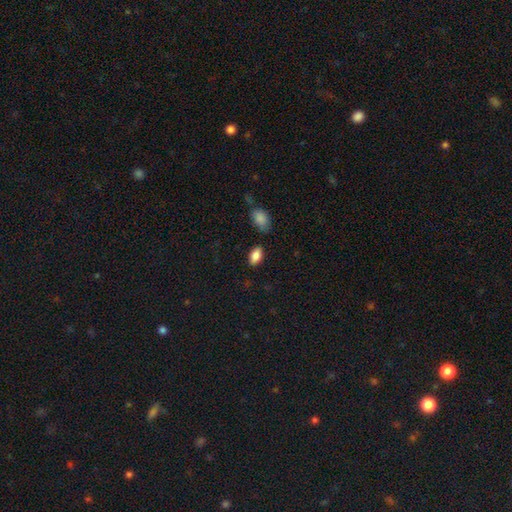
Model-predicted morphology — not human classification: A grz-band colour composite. It shows a smooth galaxy with no disk features (85%) that is in between round and cigar-shaped (92%). Merging: none (83%).